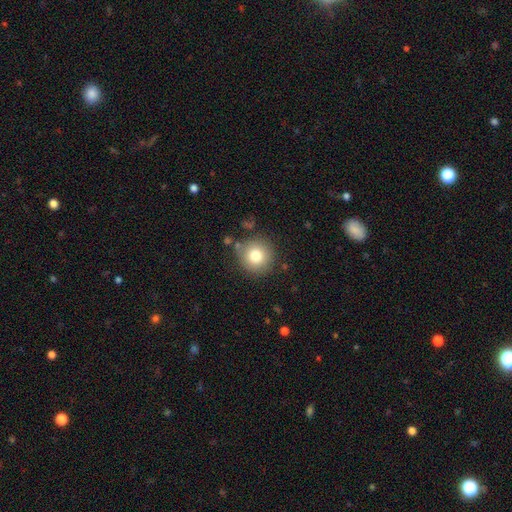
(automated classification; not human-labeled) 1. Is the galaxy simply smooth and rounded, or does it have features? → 79% smooth, 11% star or artifact, 10% featured or disk.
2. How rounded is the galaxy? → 94% round, 5% in between, 1% cigar-shaped.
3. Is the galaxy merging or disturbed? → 83% none, 10% minor disturbance, 4% merger, 3% major disturbance.